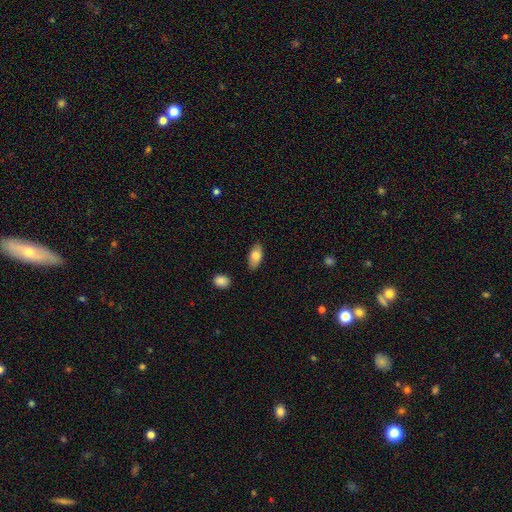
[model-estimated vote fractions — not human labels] smooth 80%, featured or disk 13%, star or artifact 7%. Down the decision tree: how rounded — in between (90%); merging — none (84%).